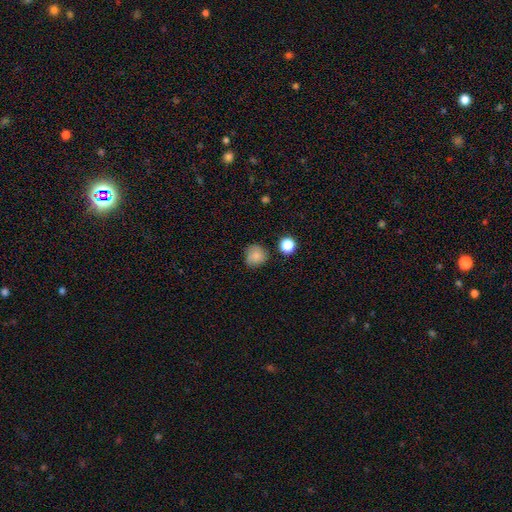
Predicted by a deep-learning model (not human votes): Smooth or featured? Predicted: smooth (p=0.80). How rounded? Predicted: round (p=0.88). Merging? Predicted: none (p=0.75).